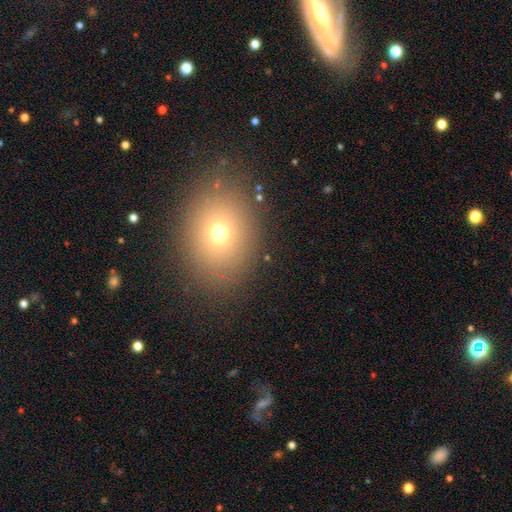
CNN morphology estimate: This is likely a smooth galaxy (69%). How rounded: possibly in between (53%). Merging: clearly none (85%).